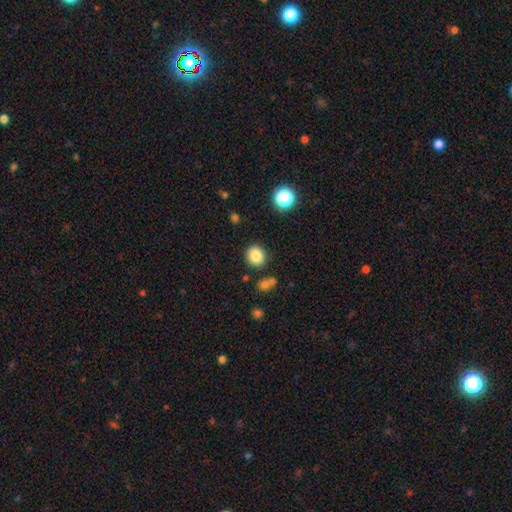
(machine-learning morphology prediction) A smooth galaxy with no disk features (84%) that is round (80%). Merging: none (84%).